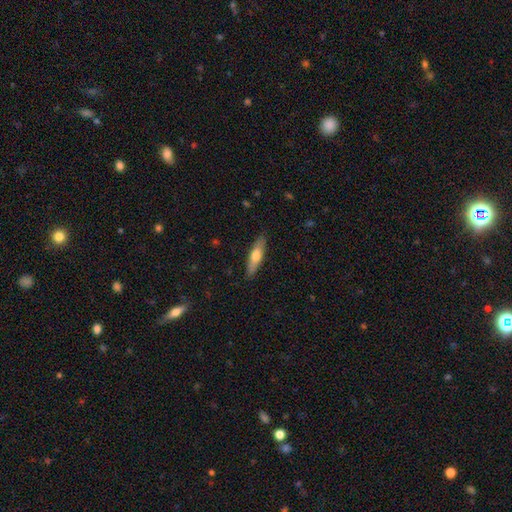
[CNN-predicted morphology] smooth_or_featured: smooth (p=0.61) [alt: featured or disk p=0.33]
how_rounded: cigar-shaped (p=0.69) [alt: in between p=0.29]
merging: none (p=0.87) [alt: minor disturbance p=0.10]